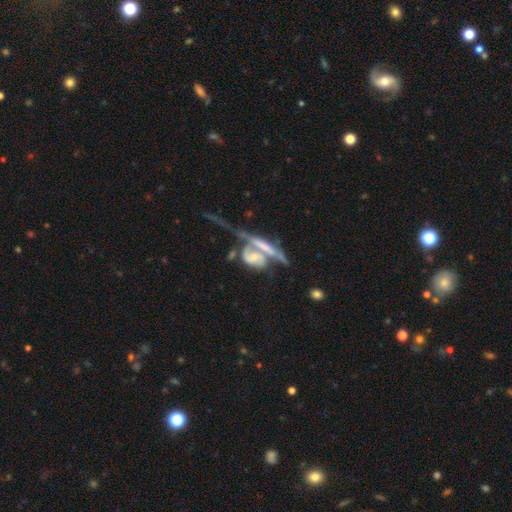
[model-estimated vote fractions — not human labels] smooth-or-featured: featured or disk: 68% | smooth: 23% | star or artifact: 9%
  disk-edge-on: no: 77% | yes: 23%
    bar: no: 64% | weak: 21% | strong: 14%
    has-spiral-arms: yes: 56% | no: 44%
    bulge-size: none: 31% (tied) | small: 31% (tied) | moderate: 28% | large: 8% | dominant: 3%
  merging: merger: 60% | major disturbance: 17% | none: 15% | minor disturbance: 8%